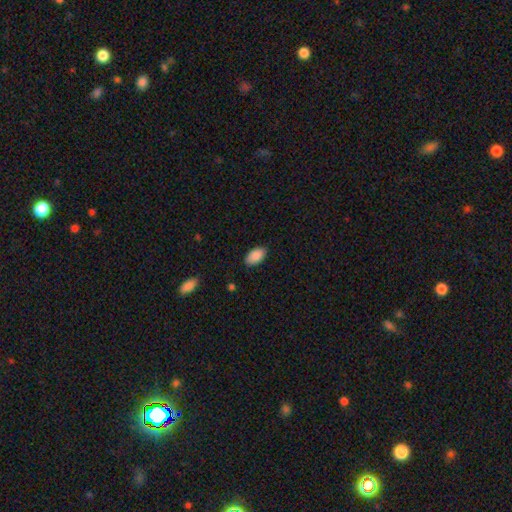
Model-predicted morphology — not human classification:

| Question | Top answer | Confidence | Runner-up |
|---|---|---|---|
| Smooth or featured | smooth | 89% | star or artifact (7%) |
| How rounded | in between | 94% | round (4%) |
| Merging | none | 85% | minor disturbance (11%) |